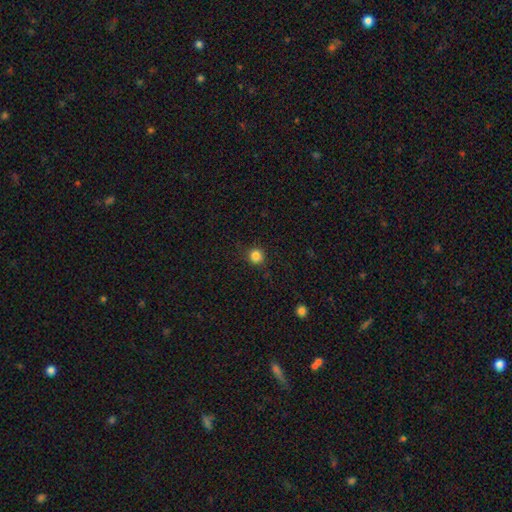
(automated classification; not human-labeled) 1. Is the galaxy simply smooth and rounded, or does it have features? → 85% smooth, 12% star or artifact, 4% featured or disk.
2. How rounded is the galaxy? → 92% round, 7% in between, 1% cigar-shaped.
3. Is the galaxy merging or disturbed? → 89% none, 8% minor disturbance, 2% major disturbance, 1% merger.